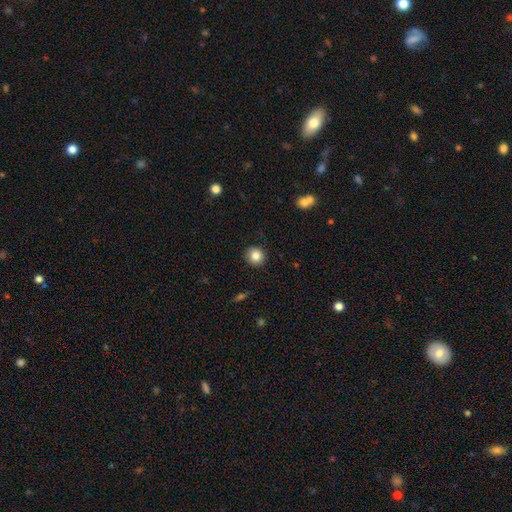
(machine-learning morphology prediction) smooth_or_featured: smooth (p=0.84) [alt: star or artifact p=0.10]
how_rounded: round (p=0.89) [alt: in between p=0.10]
merging: none (p=0.90) [alt: minor disturbance p=0.07]